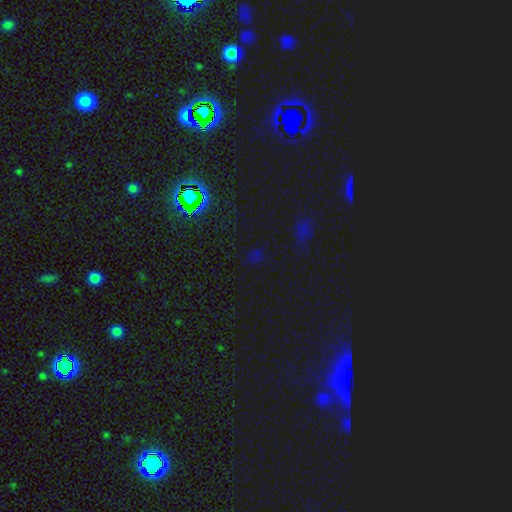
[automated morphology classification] smooth_or_featured: star or artifact (p=0.73) [alt: smooth p=0.21]